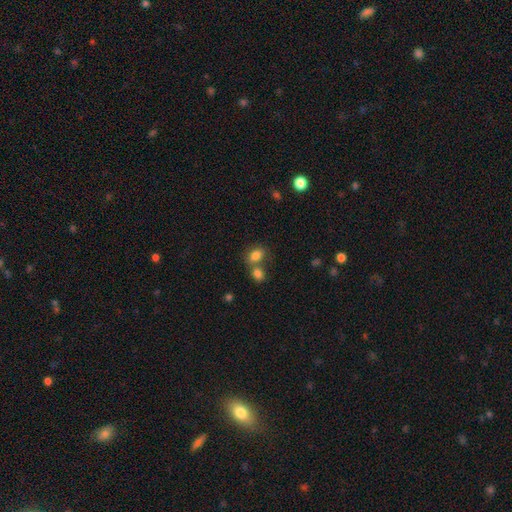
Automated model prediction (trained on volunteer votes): Overall: smooth (82%). How rounded: in between (70%). Merging: none (48%; merger 38%).